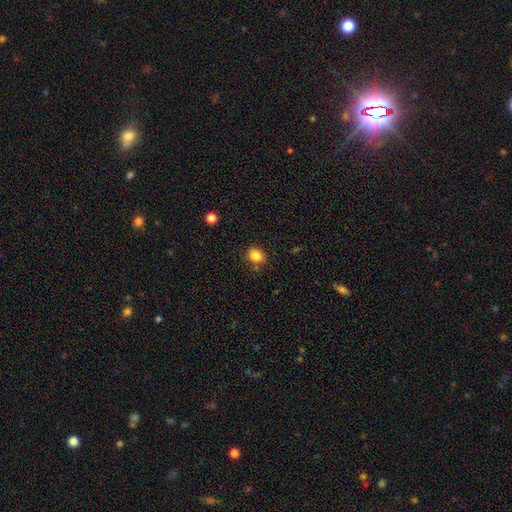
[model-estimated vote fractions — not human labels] smooth-or-featured: smooth: 84% | star or artifact: 11% | featured or disk: 5%
  how-rounded: round: 55% | in between: 45% | cigar-shaped: 1%
  merging: none: 80% | minor disturbance: 13% | merger: 4% | major disturbance: 3%